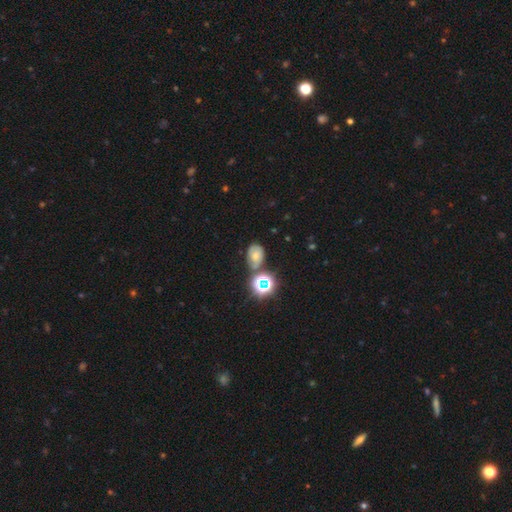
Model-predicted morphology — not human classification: Smooth or featured? smooth (49%)
Merging? none (59%)